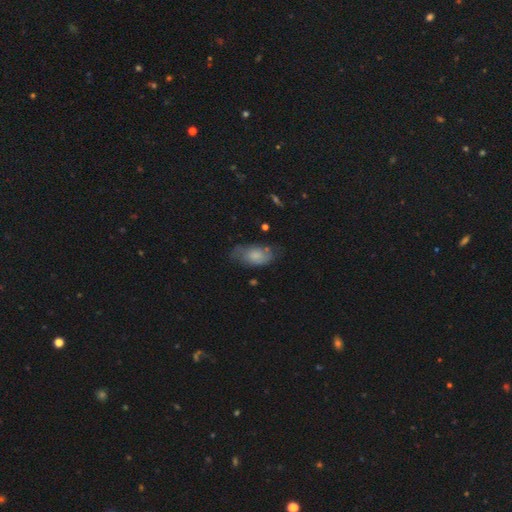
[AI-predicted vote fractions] Smooth or featured: smooth — 66% (featured or disk — 27%)
How rounded: in between — 91% (round — 5%)
Merging: none — 55% (minor disturbance — 30%)